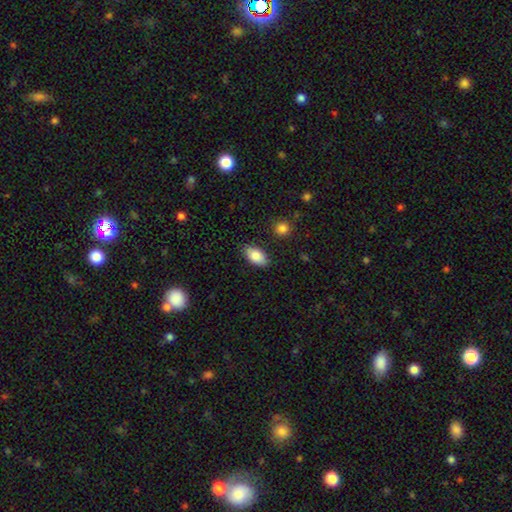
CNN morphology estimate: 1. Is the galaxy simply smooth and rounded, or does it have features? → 83% smooth, 10% featured or disk, 7% star or artifact.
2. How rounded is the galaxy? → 92% in between, 4% round, 4% cigar-shaped.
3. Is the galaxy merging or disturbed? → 84% none, 12% minor disturbance, 2% major disturbance, 2% merger.